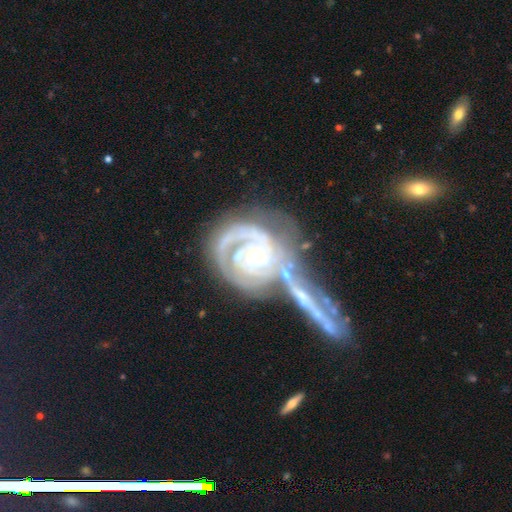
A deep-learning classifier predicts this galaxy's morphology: Smooth or featured?
  - featured or disk: 86% *
  - smooth: 8%
  - star or artifact: 6%
Edge-on disk?
  - no: 96% *
  - yes: 4%
Bar?
  - no: 74% *
  - weak: 18%
  - strong: 9%
Spiral arms?
  - yes: 91% *
  - no: 9%
Spiral winding?
  - tight: 72% *
  - medium: 21%
  - loose: 6%
Spiral arm count?
  - 2: 32% *
  - can't tell: 29%
  - 3: 16%
  - 1: 14%
  - 4: 5%
  - more than 4: 4%
Bulge size?
  - small: 67% *
  - moderate: 28%
  - none: 2%
  - large: 2%
  - dominant: 1%
Merging?
  - merger: 46% *
  - none: 27%
  - minor disturbance: 14%
  - major disturbance: 13%